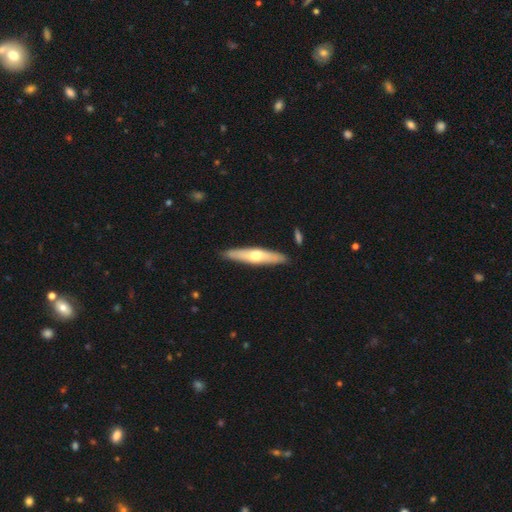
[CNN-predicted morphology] This is possibly a featured or disk galaxy (51%). It is clearly viewed edge-on (87%). Merging: clearly none (88%).